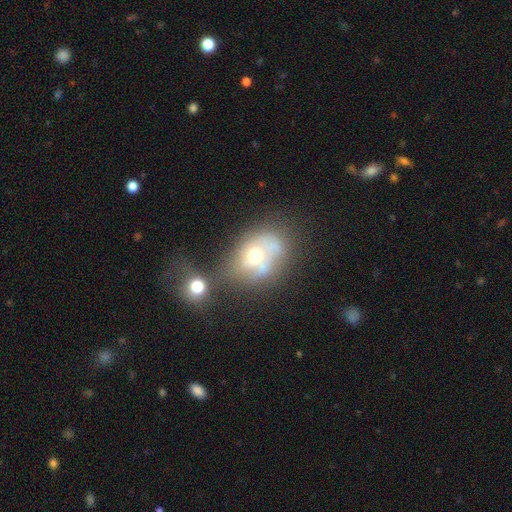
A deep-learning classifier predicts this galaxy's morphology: This is possibly a featured or disk galaxy (50%). Merging: marginally merger (32%).